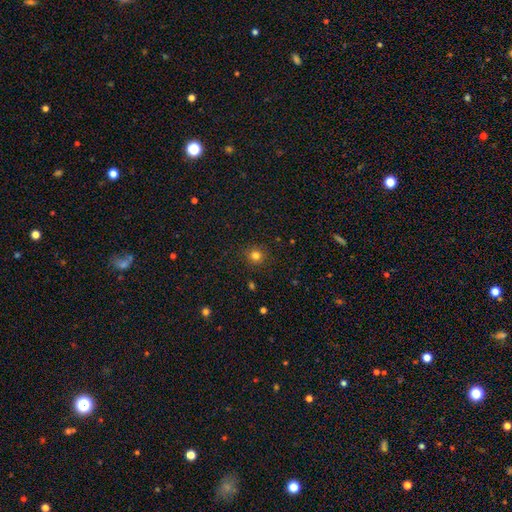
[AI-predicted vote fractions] A smooth galaxy with no disk features (79%) that is round (92%).

Vote fractions:
- Smooth or featured? smooth: 79% / star or artifact: 15% / featured or disk: 5%
- How rounded? round: 92% / in between: 7% / cigar-shaped: 1%
- Merging? none: 90% / minor disturbance: 6% / major disturbance: 2% / merger: 1%